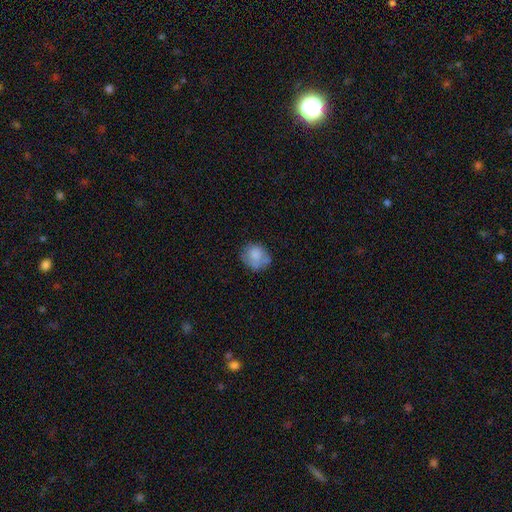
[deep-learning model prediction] Smooth or featured? Predicted: smooth (p=0.75). How rounded? Predicted: round (p=0.72). Merging? Predicted: none (p=0.61).